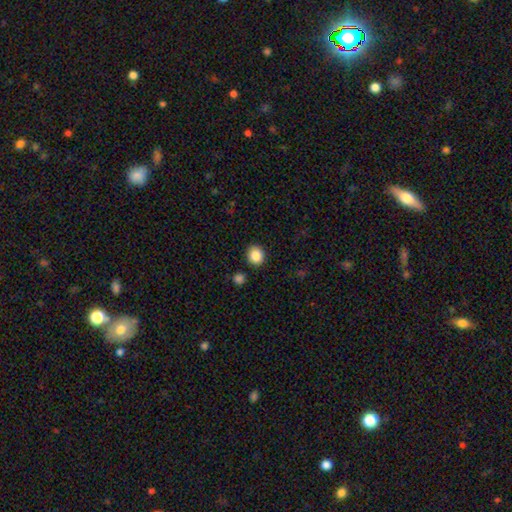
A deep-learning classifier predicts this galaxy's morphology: This appears to be a smooth galaxy with no disk features (87%) that is round (79%). Merging: none (88%).